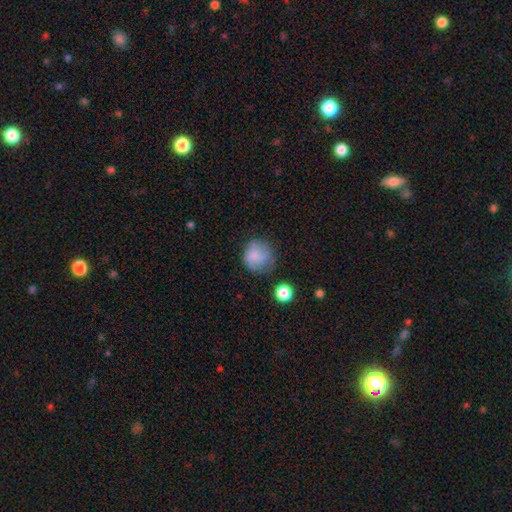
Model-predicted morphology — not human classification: Smooth or featured?
  - smooth: 70% *
  - featured or disk: 20%
  - star or artifact: 10%
How rounded?
  - round: 86% *
  - in between: 13%
  - cigar-shaped: 1%
Merging?
  - none: 64% *
  - minor disturbance: 22%
  - major disturbance: 11%
  - merger: 3%